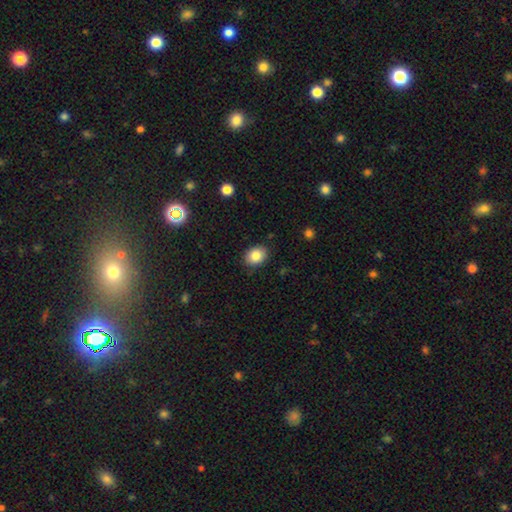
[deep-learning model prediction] A smooth galaxy with no disk features (84%) that is in between round and cigar-shaped (58%).

Vote fractions:
- Smooth or featured? smooth: 84% / star or artifact: 9% / featured or disk: 7%
- How rounded? in between: 58% / round: 41% / cigar-shaped: 1%
- Merging? none: 87% / minor disturbance: 10% / major disturbance: 2% / merger: 1%